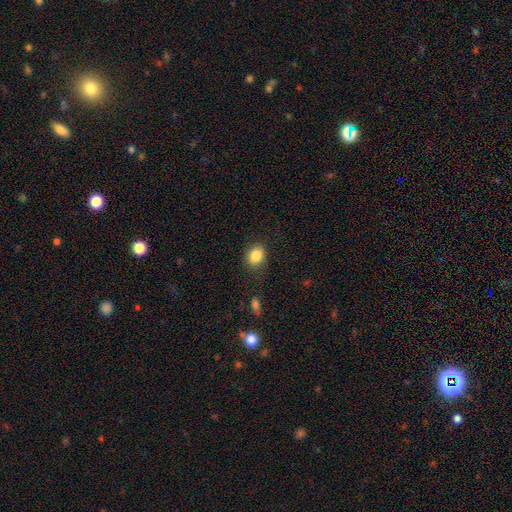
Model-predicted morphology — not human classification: smooth 85%, star or artifact 9%, featured or disk 5%. Down the decision tree: how rounded — round (57%); merging — none (82%).